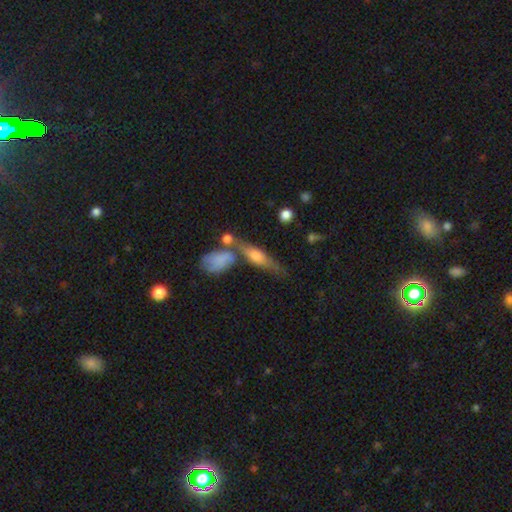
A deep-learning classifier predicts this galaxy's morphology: This appears to be a featured or disk galaxy (51%) viewed edge-on (84%). Merging: none (54%).